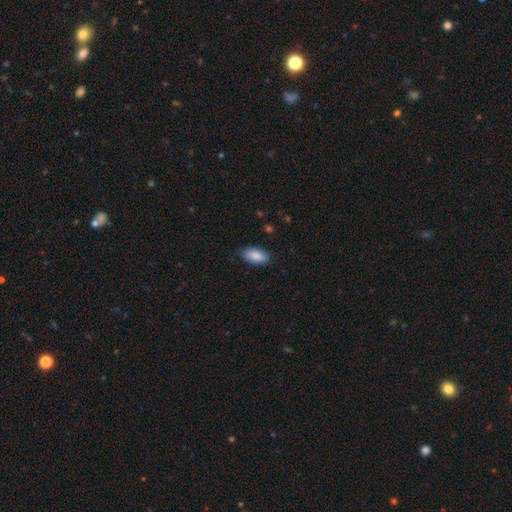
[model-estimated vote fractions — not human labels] Smooth or featured? smooth (88%)
How rounded? in between (91%)
Merging? none (79%)